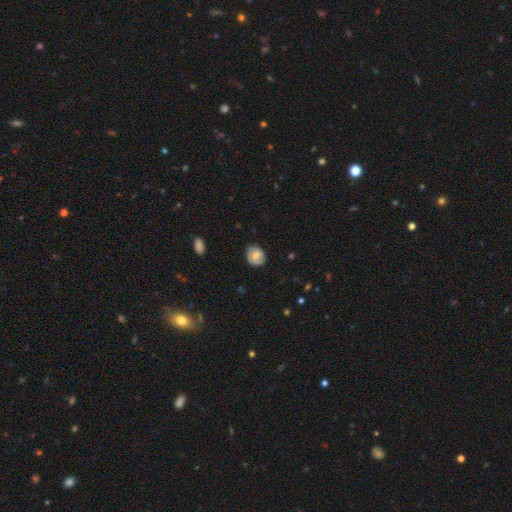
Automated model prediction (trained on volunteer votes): smooth_or_featured: smooth (p=0.66) [alt: featured or disk p=0.27]
how_rounded: round (p=0.68) [alt: in between p=0.31]
merging: none (p=0.76) [alt: minor disturbance p=0.19]